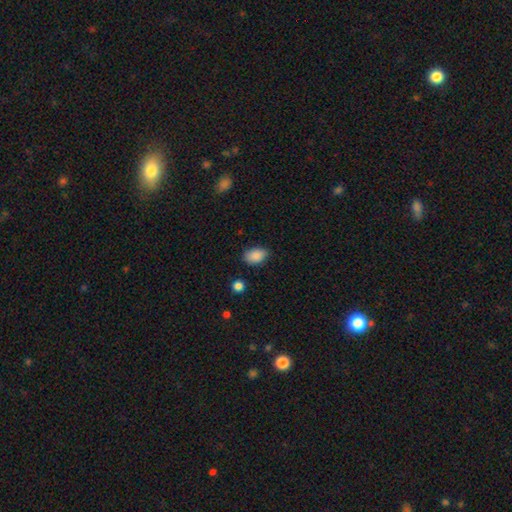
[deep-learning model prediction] Smooth or featured: smooth — 88% (star or artifact — 8%)
How rounded: in between — 85% (round — 14%)
Merging: none — 77% (minor disturbance — 18%)